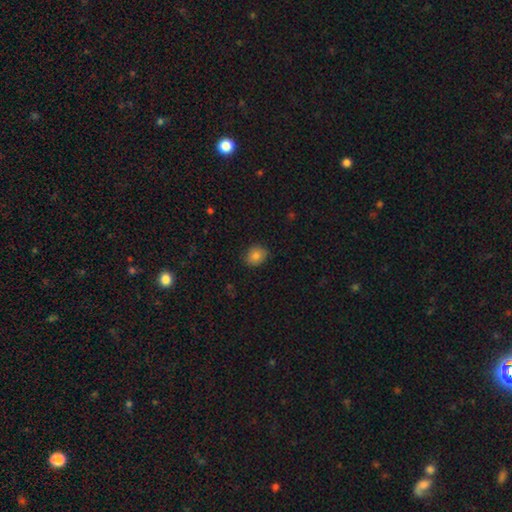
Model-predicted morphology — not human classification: Smooth or featured? smooth (85%)
How rounded? round (57%)
Merging? none (86%)